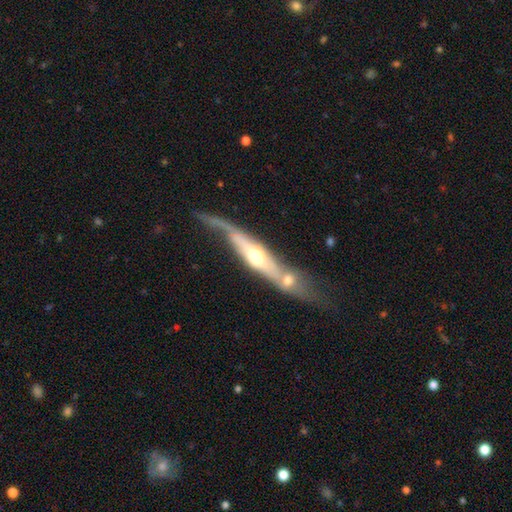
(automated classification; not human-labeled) Overall: featured or disk (69%). Edge-on disk: yes (71%). Merging: merger (38%; none 32%).